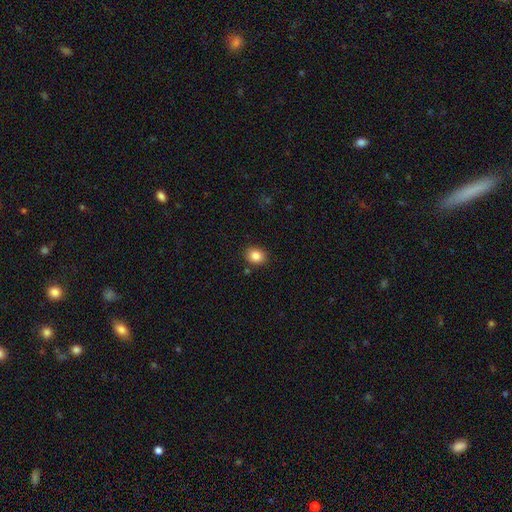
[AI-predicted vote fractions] Q: Smooth or featured?
A: smooth (85%); runner-up: star or artifact (9%)
Q: How rounded?
A: round (58%); runner-up: in between (41%)
Q: Merging?
A: none (87%); runner-up: minor disturbance (8%)